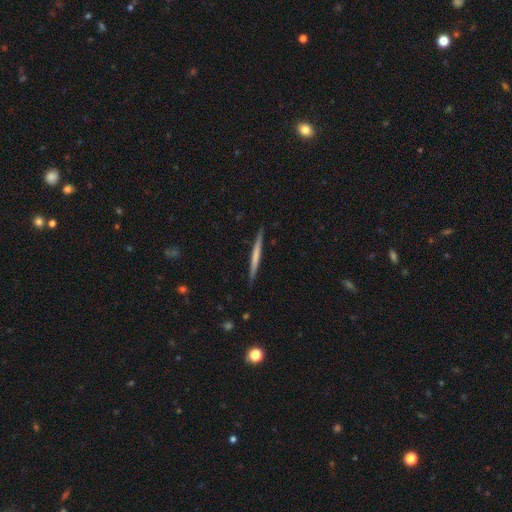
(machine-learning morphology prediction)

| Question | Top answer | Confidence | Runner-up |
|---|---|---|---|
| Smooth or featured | smooth | 49% | featured or disk (46%) |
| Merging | none | 90% | minor disturbance (7%) |